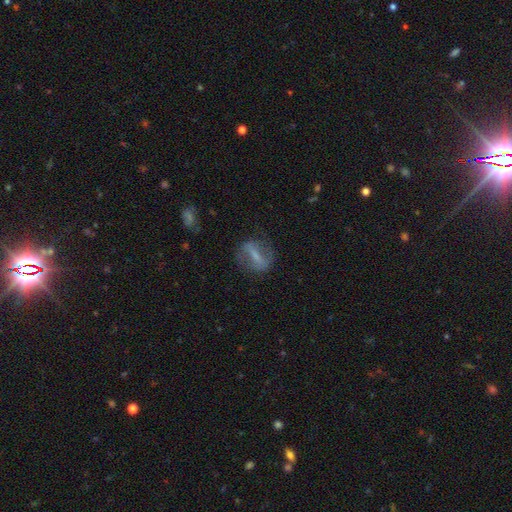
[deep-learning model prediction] Smooth or featured? Predicted: featured or disk (p=0.61). Edge-on disk? Predicted: no (p=0.86). Bar? Predicted: strong (p=0.65). Spiral arms? Predicted: yes (p=0.56). Bulge size? Predicted: small (p=0.43). Merging? Predicted: none (p=0.73).